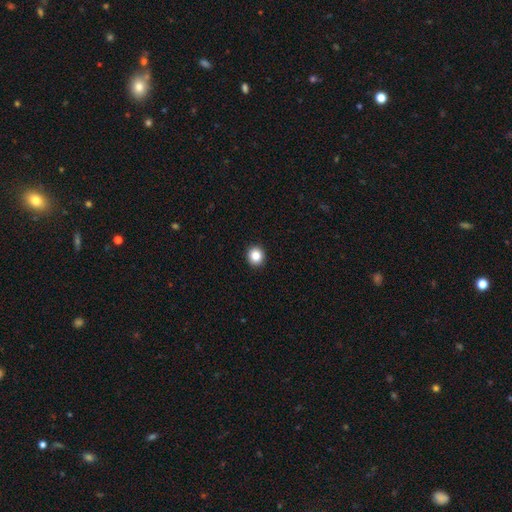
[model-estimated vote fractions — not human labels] The model was most divided on "how rounded": round: 87%, in between: 12%, cigar-shaped: 1%. More confident: merging — none (93%); smooth or featured — smooth (87%).